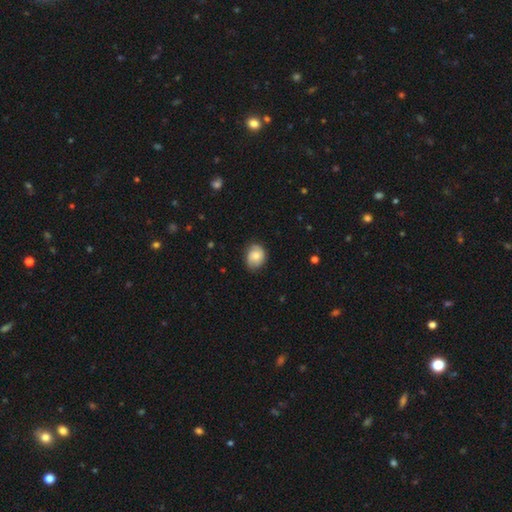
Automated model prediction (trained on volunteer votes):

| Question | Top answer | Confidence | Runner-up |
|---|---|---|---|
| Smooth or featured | smooth | 61% | featured or disk (31%) |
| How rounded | round | 57% | in between (42%) |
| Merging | none | 74% | minor disturbance (20%) |